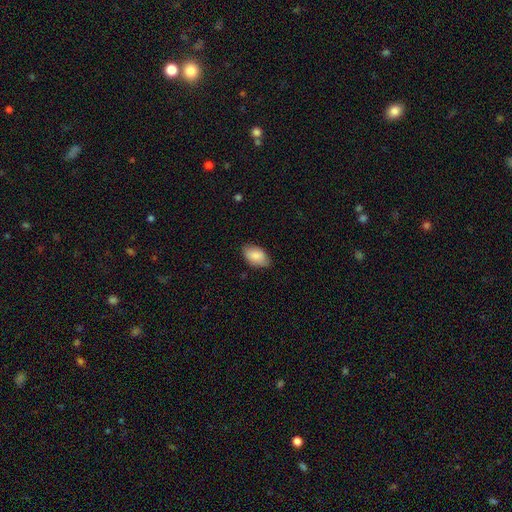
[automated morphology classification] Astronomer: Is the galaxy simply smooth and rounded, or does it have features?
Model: smooth — 87%.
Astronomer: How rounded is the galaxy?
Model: in between — 94%.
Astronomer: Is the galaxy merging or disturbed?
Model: none — 80%.